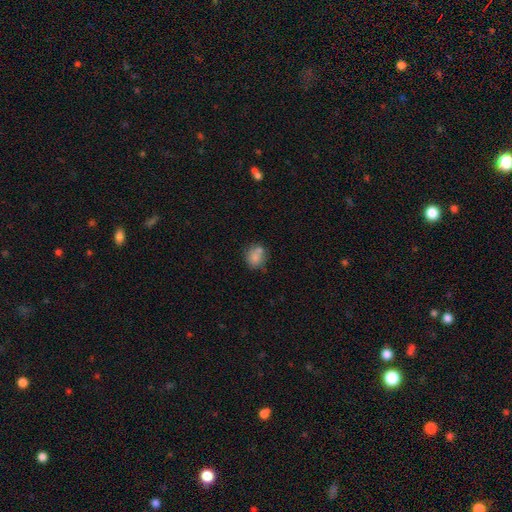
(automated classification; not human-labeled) This appears to be a smooth galaxy with no disk features (77%) that is round (69%). Merging: none (51%).